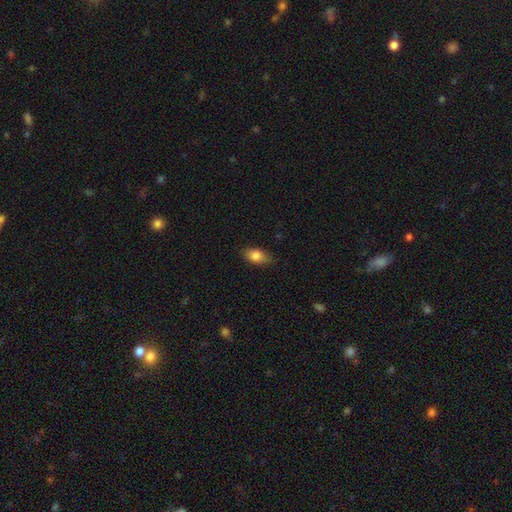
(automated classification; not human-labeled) A smooth galaxy with no disk features (83%) that is in between round and cigar-shaped (87%). Merging: none (80%).